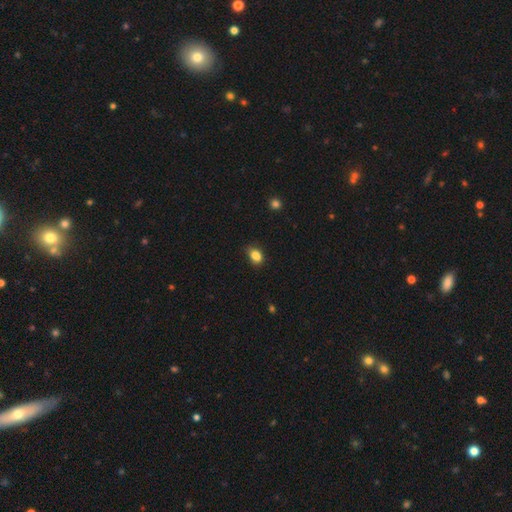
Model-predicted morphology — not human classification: smooth_or_featured: smooth (p=0.85) [alt: star or artifact p=0.11]
how_rounded: in between (p=0.66) [alt: round p=0.33]
merging: none (p=0.72) [alt: minor disturbance p=0.22]